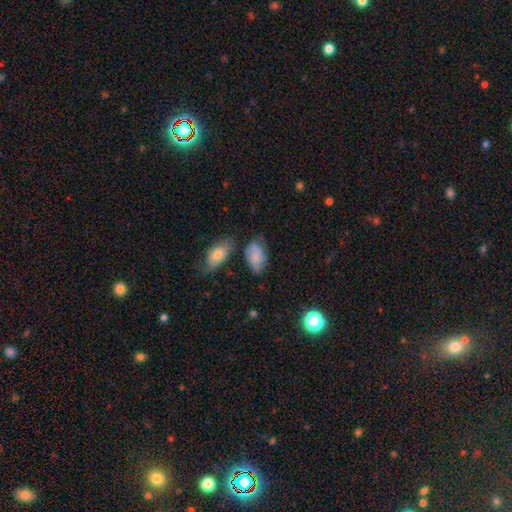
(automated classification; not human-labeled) A smooth galaxy with no disk features (69%) that is in between round and cigar-shaped (90%). Merging: none (53%).